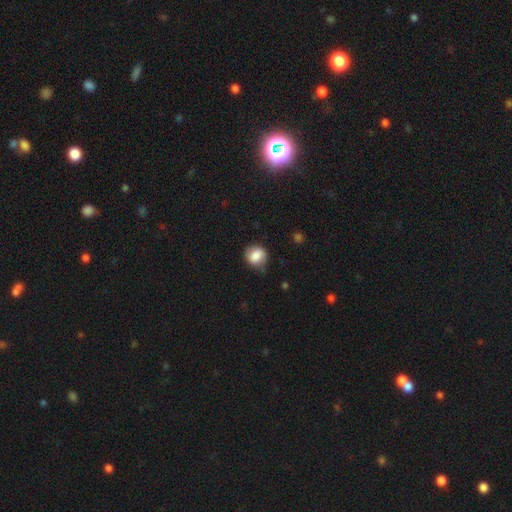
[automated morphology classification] smooth 80%, featured or disk 11%, star or artifact 8%. Down the decision tree: how rounded — round (80%); merging — none (74%).